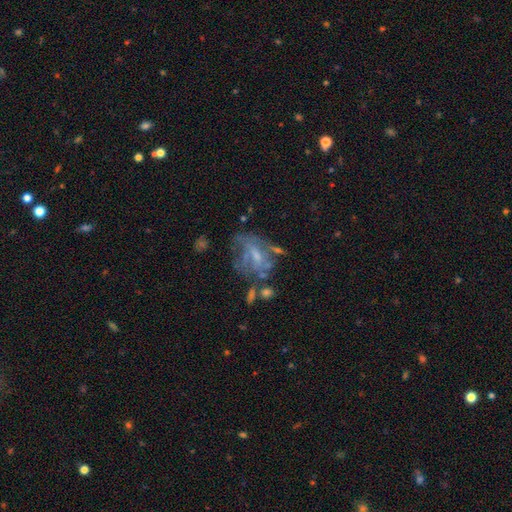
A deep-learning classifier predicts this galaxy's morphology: A featured or disk galaxy (62%) with no bar (54%), no spiral arms (60%) and a small central bulge (44%).

Vote fractions:
- Smooth or featured? featured or disk: 62% / smooth: 25% / star or artifact: 13%
- Edge-on disk? no: 96% / yes: 4%
- Bar? no: 54% / weak: 36% / strong: 10%
- Spiral arms? no: 60% / yes: 40%
- Bulge size? small: 44% / moderate: 32% / none: 19% / large: 3% / dominant: 1%
- Merging? none: 35% / major disturbance: 31% / minor disturbance: 21% / merger: 13%